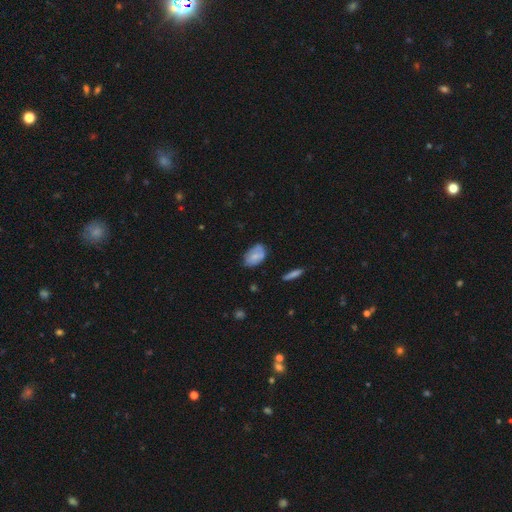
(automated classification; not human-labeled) Overall: smooth (67%). How rounded: in between (89%). Merging: none (62%; minor disturbance 29%).